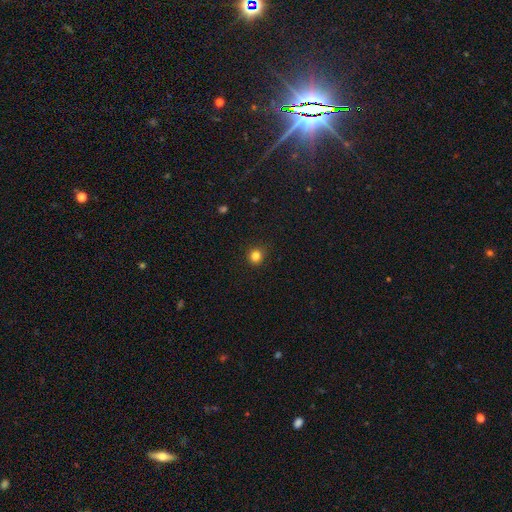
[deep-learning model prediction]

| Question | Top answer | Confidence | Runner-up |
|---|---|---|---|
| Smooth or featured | smooth | 83% | star or artifact (13%) |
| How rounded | round | 90% | in between (9%) |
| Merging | none | 89% | minor disturbance (8%) |